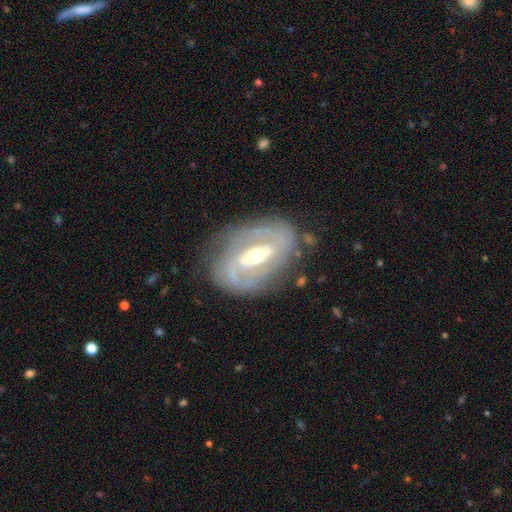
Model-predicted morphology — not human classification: Overall: featured or disk (84%). Edge-on disk: no (94%). Bar: strong (52%; weak 34%). Spiral arms: yes (83%). Spiral arm count: 2 (71%). Spiral winding: tight (45%; medium 37%). Bulge size: moderate (70%). Merging: none (73%).